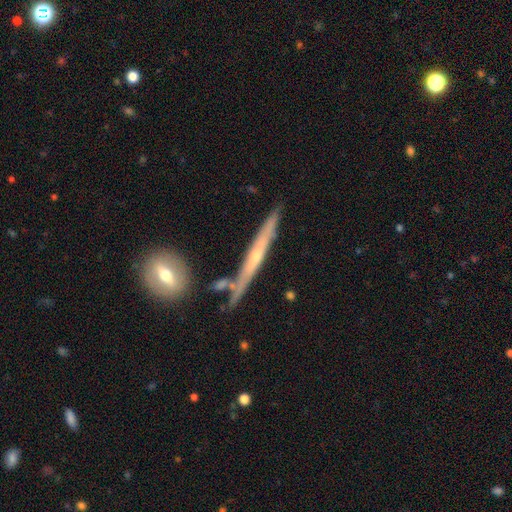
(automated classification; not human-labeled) A featured or disk galaxy (69%) viewed edge-on (93%) with a rounded central bulge (53%).

Vote fractions:
- Smooth or featured? featured or disk: 69% / smooth: 24% / star or artifact: 7%
- Edge-on disk? yes: 93% / no: 7%
- Edge-on bulge? rounded: 53% / none: 43% / boxy: 5%
- Merging? none: 78% / minor disturbance: 13% / merger: 6% / major disturbance: 3%